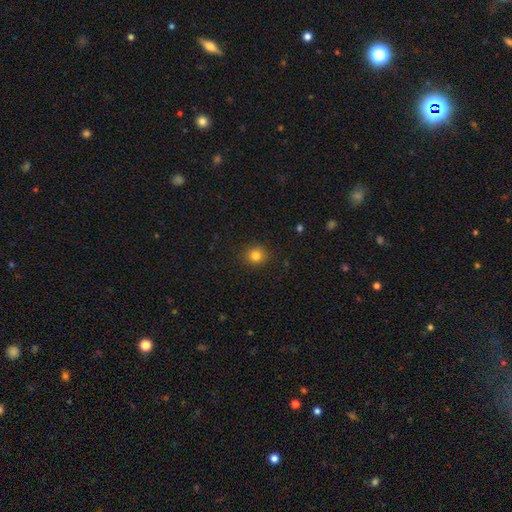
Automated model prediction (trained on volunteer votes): smooth 82%, star or artifact 12%, featured or disk 5%. Down the decision tree: how rounded — round (86%); merging — none (89%).